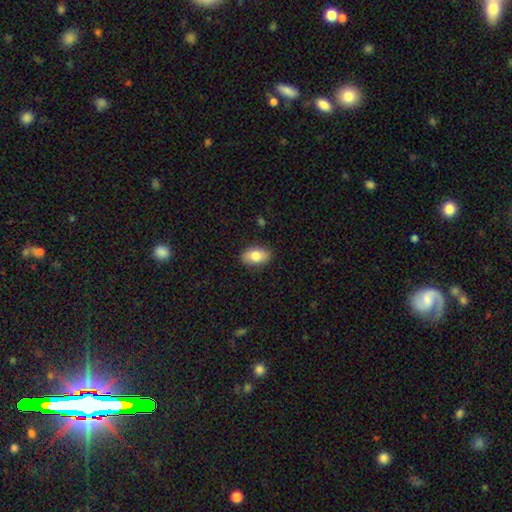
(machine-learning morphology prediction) Smooth or featured: smooth — 82% (featured or disk — 12%)
How rounded: in between — 91% (round — 7%)
Merging: none — 88% (minor disturbance — 9%)